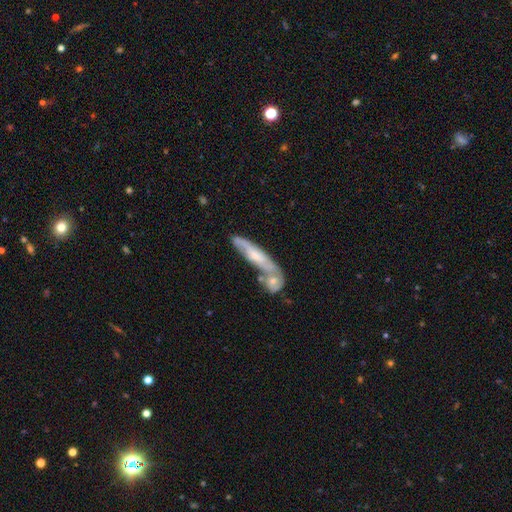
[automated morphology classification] Smooth or featured?
  - featured or disk: 59% *
  - smooth: 35%
  - star or artifact: 7%
Edge-on disk?
  - no: 52% *
  - yes: 48%
Merging?
  - merger: 49% *
  - none: 33%
  - minor disturbance: 13%
  - major disturbance: 6%